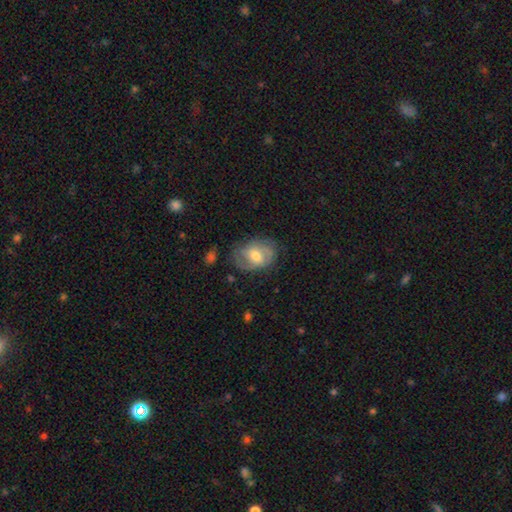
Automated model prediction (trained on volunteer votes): Smooth or featured? featured or disk (60%)
Edge-on disk? no (96%)
Bar? weak (48%)
Spiral arms? yes (79%)
Bulge size? moderate (68%)
Merging? none (65%)